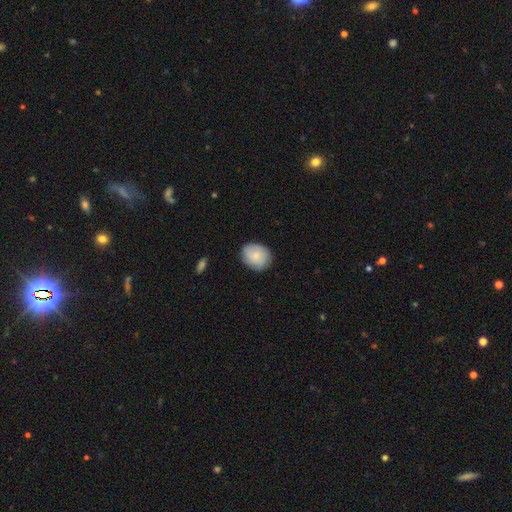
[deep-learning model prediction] smooth-or-featured: smooth: 74% | featured or disk: 19% | star or artifact: 7%
  how-rounded: round: 55% | in between: 44% | cigar-shaped: 1%
  merging: none: 81% | minor disturbance: 14% | major disturbance: 3% | merger: 1%